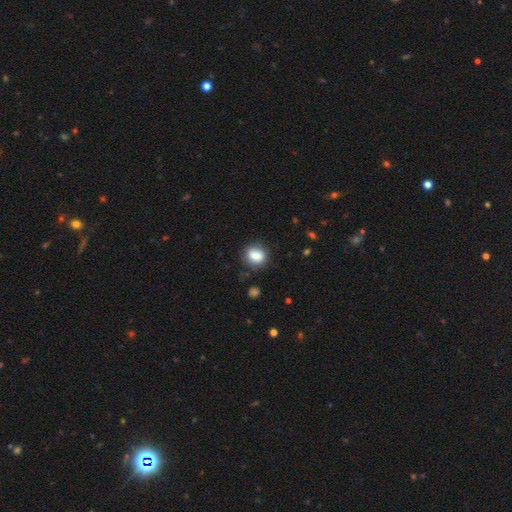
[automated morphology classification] Smooth or featured?
  - smooth: 85% *
  - star or artifact: 9%
  - featured or disk: 7%
How rounded?
  - round: 57% *
  - in between: 41%
  - cigar-shaped: 1%
Merging?
  - none: 80% *
  - minor disturbance: 14%
  - major disturbance: 4%
  - merger: 2%